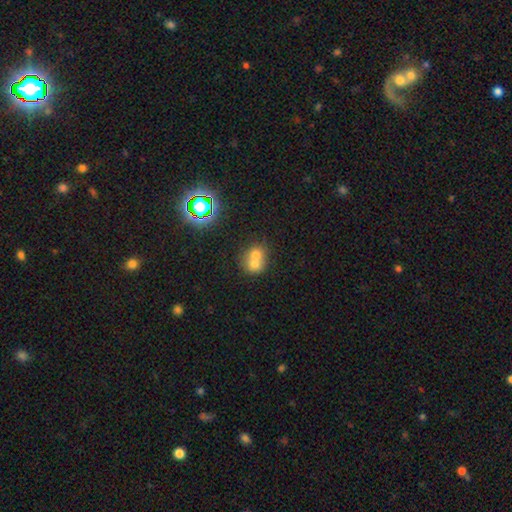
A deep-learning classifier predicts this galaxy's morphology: Smooth or featured? Predicted: smooth (p=0.66). How rounded? Predicted: round (p=0.74). Merging? Predicted: merger (p=0.69).